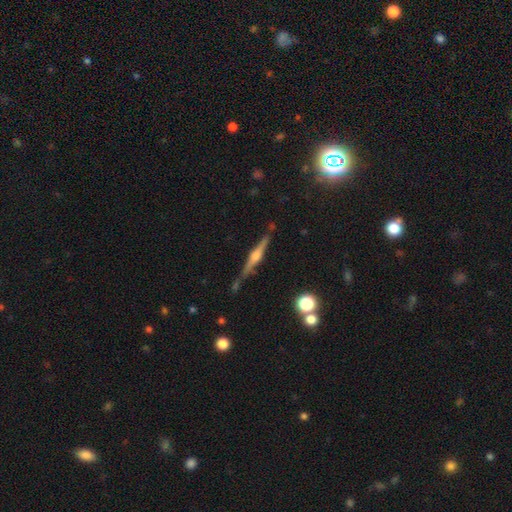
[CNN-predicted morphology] type=featured or disk (78%); edge-on=yes (98%); edge-on bulge=rounded (83%); merging=none (80%).